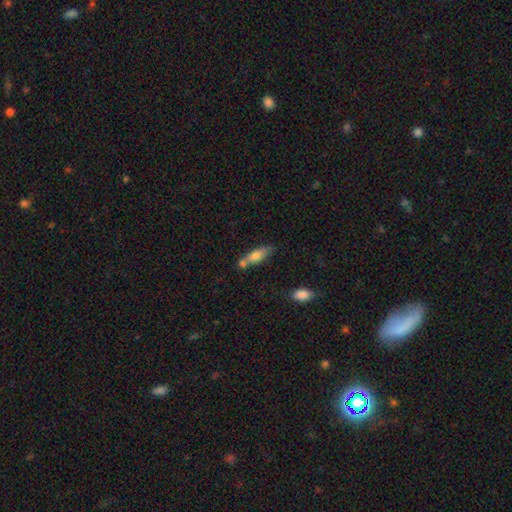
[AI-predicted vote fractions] Smooth or featured?
  - smooth: 72% *
  - featured or disk: 20%
  - star or artifact: 7%
How rounded?
  - in between: 55% *
  - cigar-shaped: 42%
  - round: 3%
Merging?
  - none: 45% *
  - merger: 32%
  - minor disturbance: 18%
  - major disturbance: 6%